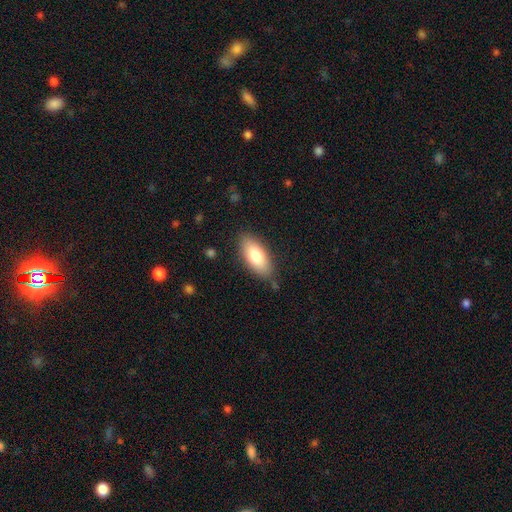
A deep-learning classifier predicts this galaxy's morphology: A smooth galaxy with no disk features (77%) that is in between round and cigar-shaped (87%).

Vote fractions:
- Smooth or featured? smooth: 77% / featured or disk: 16% / star or artifact: 6%
- How rounded? in between: 87% / cigar-shaped: 11% / round: 2%
- Merging? none: 82% / minor disturbance: 13% / major disturbance: 3% / merger: 2%